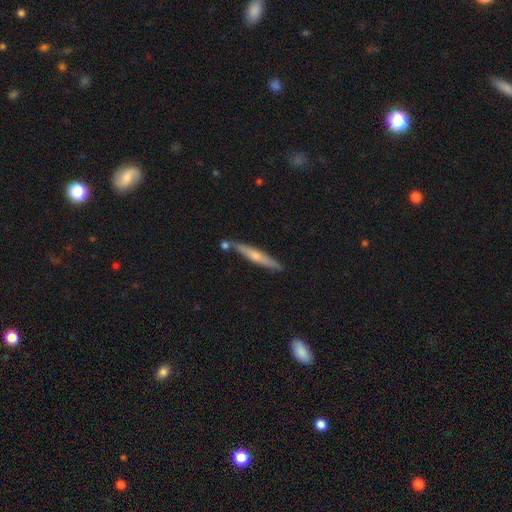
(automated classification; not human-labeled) smooth-or-featured: smooth: 48% | featured or disk: 46% | star or artifact: 6%
  merging: none: 76% | minor disturbance: 12% | merger: 10% | major disturbance: 2%